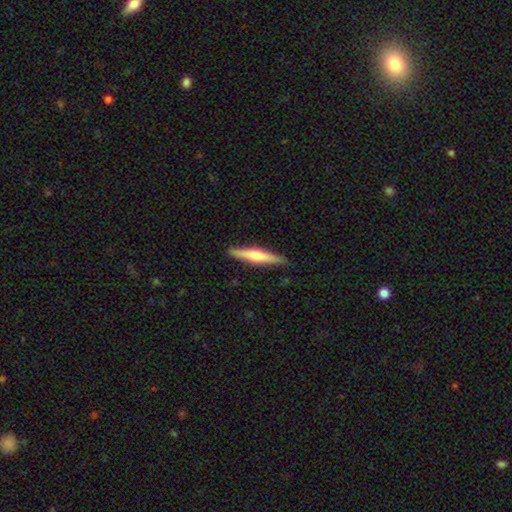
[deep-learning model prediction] Q: Smooth or featured?
A: featured or disk (48%); runner-up: smooth (46%)
Q: Merging?
A: none (90%); runner-up: minor disturbance (7%)